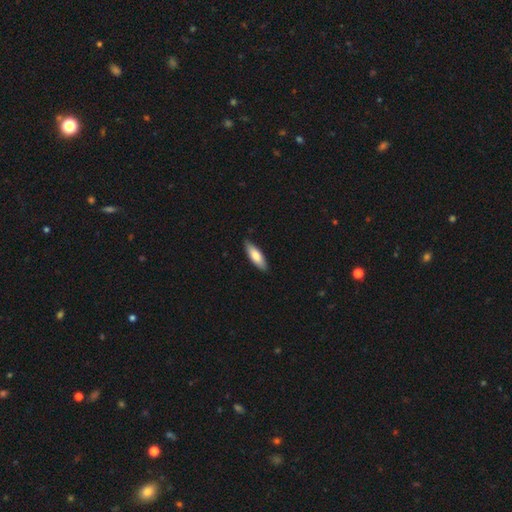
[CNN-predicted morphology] smooth-or-featured: smooth: 78% | featured or disk: 17% | star or artifact: 5%
  how-rounded: in between: 57% | cigar-shaped: 41% | round: 2%
  merging: none: 85% | minor disturbance: 12% | major disturbance: 2% | merger: 1%